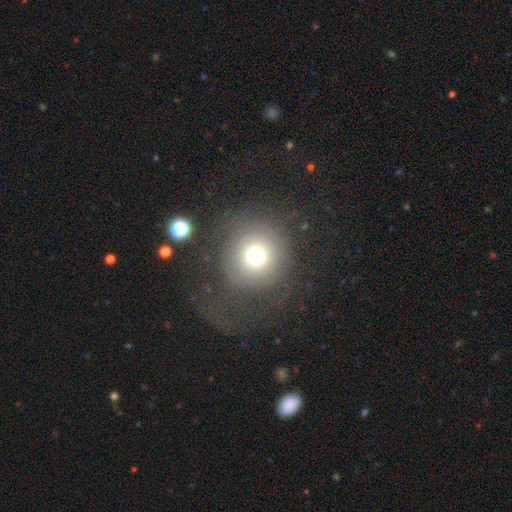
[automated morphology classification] A smooth galaxy with no disk features (71%) that is round (93%). Merging: none (75%).